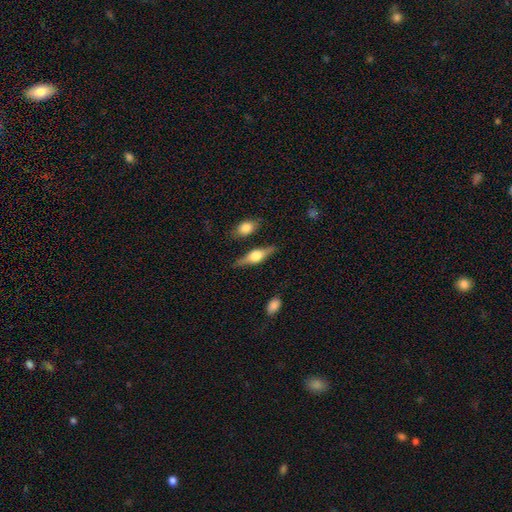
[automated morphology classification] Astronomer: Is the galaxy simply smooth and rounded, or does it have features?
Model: featured or disk — 68%.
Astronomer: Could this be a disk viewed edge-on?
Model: yes — 96%.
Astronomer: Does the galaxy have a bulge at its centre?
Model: rounded — 92%.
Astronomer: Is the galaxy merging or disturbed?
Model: none — 83%.